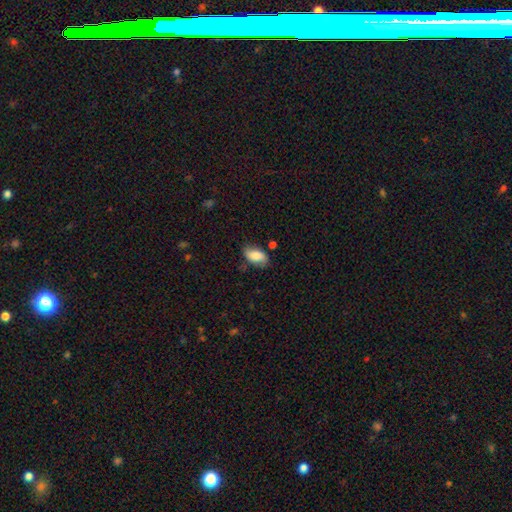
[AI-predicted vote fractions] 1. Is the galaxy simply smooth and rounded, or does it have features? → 78% smooth, 15% featured or disk, 7% star or artifact.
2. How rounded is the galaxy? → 92% in between, 5% round, 3% cigar-shaped.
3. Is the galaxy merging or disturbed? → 64% none, 26% minor disturbance, 7% major disturbance, 3% merger.